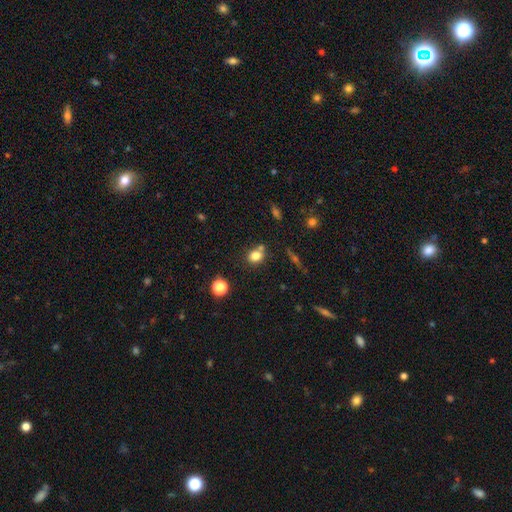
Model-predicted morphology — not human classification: Smooth or featured: smooth — 78% (star or artifact — 13%)
How rounded: round — 68% (in between — 31%)
Merging: none — 64% (merger — 19%)